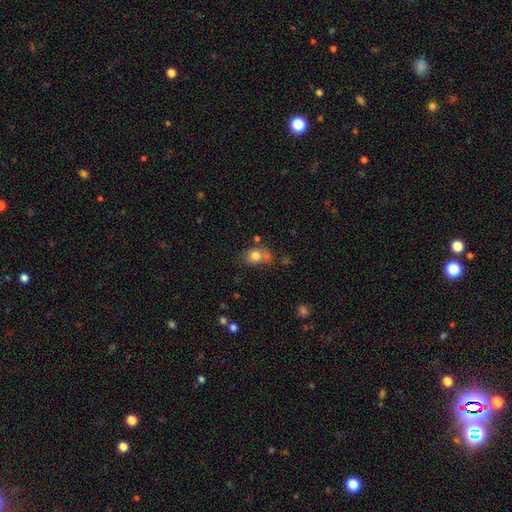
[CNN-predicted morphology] Smooth or featured? smooth (79%)
How rounded? round (52%)
Merging? none (51%)